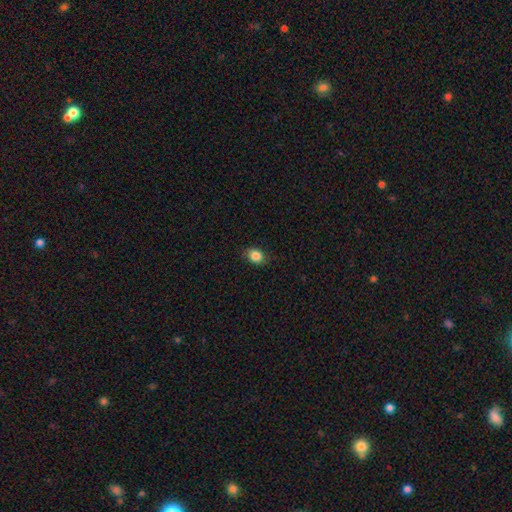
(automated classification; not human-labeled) Overall: smooth (85%). How rounded: in between (55%; round 44%). Merging: none (81%).